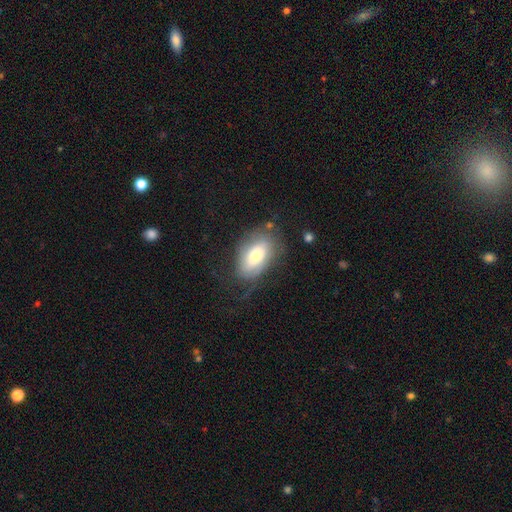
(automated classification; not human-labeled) smooth_or_featured: smooth (p=0.56) [alt: featured or disk p=0.37]
how_rounded: in between (p=0.91) [alt: round p=0.05]
merging: none (p=0.59) [alt: minor disturbance p=0.23]